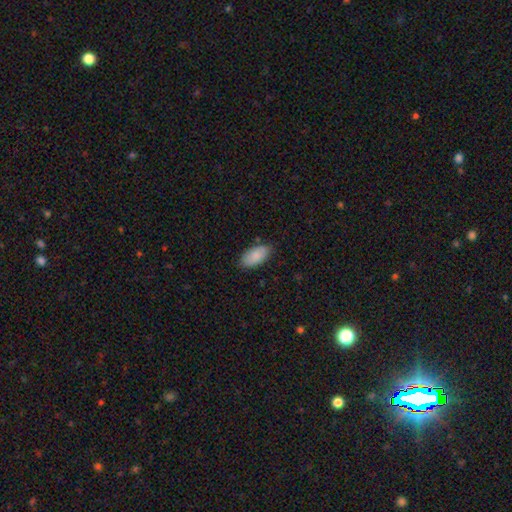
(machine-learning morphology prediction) A smooth galaxy with no disk features (87%) that is in between round and cigar-shaped (95%). Merging: none (82%).